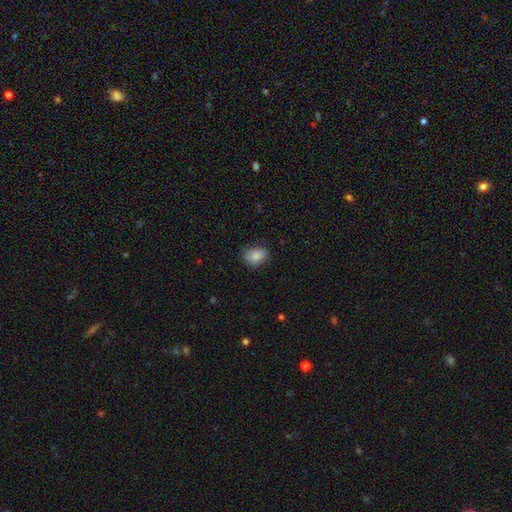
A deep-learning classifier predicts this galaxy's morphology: smooth 86%, star or artifact 8%, featured or disk 6%. Down the decision tree: how rounded — in between (64%); merging — none (73%).